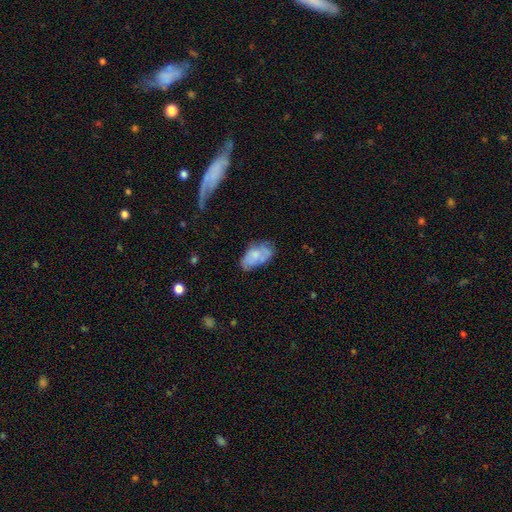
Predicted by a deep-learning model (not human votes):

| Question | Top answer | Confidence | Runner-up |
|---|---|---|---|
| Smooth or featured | smooth | 59% | featured or disk (33%) |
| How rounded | in between | 93% | round (4%) |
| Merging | none | 48% | minor disturbance (33%) |